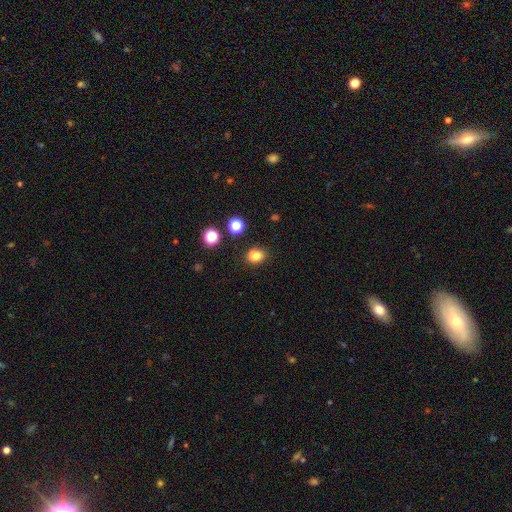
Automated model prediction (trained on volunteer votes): Smooth or featured? smooth (79%)
How rounded? round (58%)
Merging? none (82%)